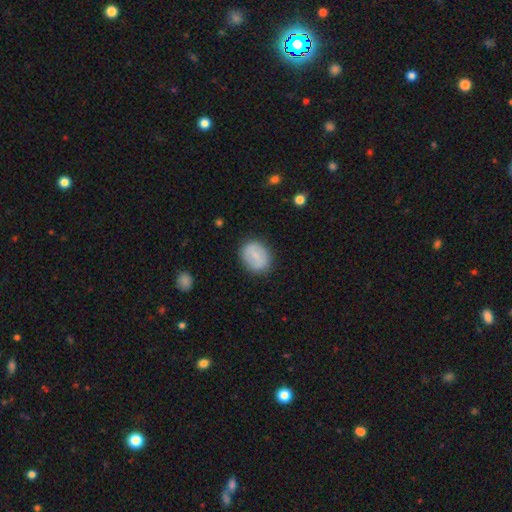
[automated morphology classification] Smooth or featured?
  - smooth: 67% *
  - featured or disk: 26%
  - star or artifact: 7%
How rounded?
  - in between: 50% *
  - round: 49%
  - cigar-shaped: 1%
Merging?
  - none: 85% *
  - minor disturbance: 11%
  - major disturbance: 3%
  - merger: 1%